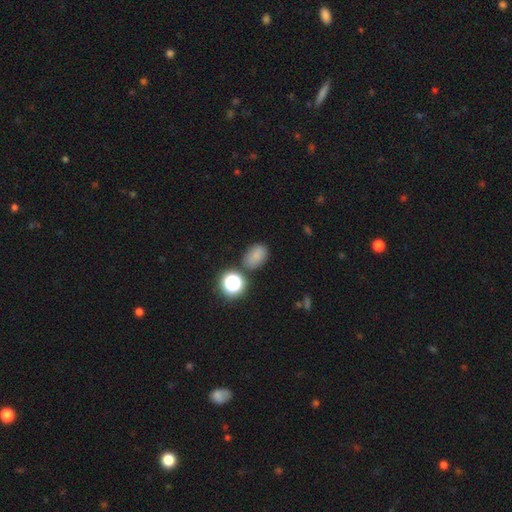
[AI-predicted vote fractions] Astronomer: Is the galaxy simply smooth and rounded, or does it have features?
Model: smooth — 78%.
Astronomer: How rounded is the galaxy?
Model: in between — 73%.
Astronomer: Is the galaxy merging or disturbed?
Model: none — 76%.